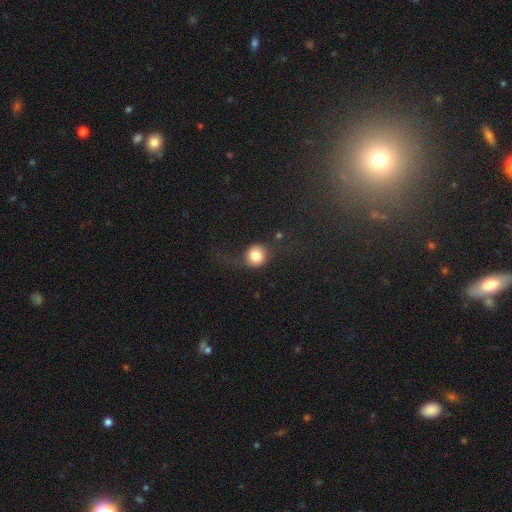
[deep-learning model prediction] smooth 76%, featured or disk 15%, star or artifact 9%. Down the decision tree: how rounded — round (84%); merging — none (52%).